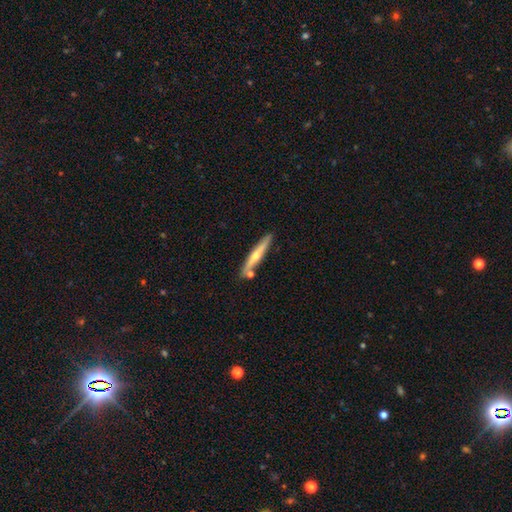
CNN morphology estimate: Smooth or featured: featured or disk — 61% (smooth — 33%)
Edge-on disk: yes — 95% (no — 5%)
Edge-on bulge: rounded — 85% (none — 12%)
Merging: none — 83% (minor disturbance — 9%)